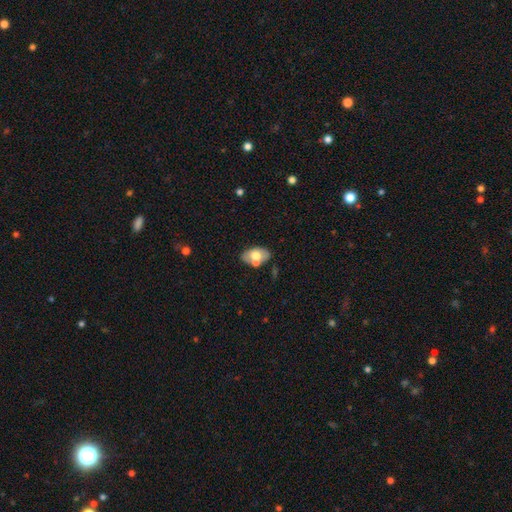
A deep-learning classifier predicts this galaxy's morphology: Q: Smooth or featured?
A: smooth (61%); runner-up: featured or disk (32%)
Q: How rounded?
A: in between (90%); runner-up: round (9%)
Q: Merging?
A: none (61%); runner-up: merger (19%)